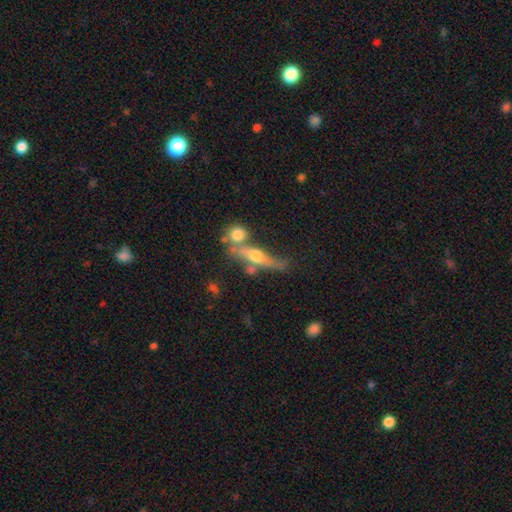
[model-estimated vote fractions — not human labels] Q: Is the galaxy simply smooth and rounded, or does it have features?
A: featured or disk — 59%.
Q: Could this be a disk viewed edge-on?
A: yes — 82%.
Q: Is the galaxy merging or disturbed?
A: none — 48%.